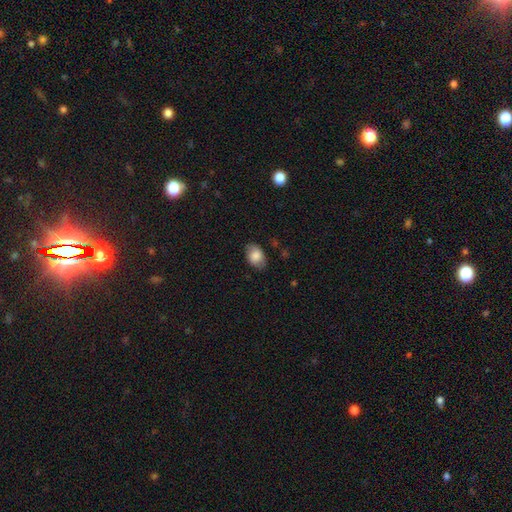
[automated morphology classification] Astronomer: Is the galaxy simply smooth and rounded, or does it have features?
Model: smooth — 81%.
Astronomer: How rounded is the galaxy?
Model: in between — 84%.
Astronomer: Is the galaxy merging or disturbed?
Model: none — 77%.